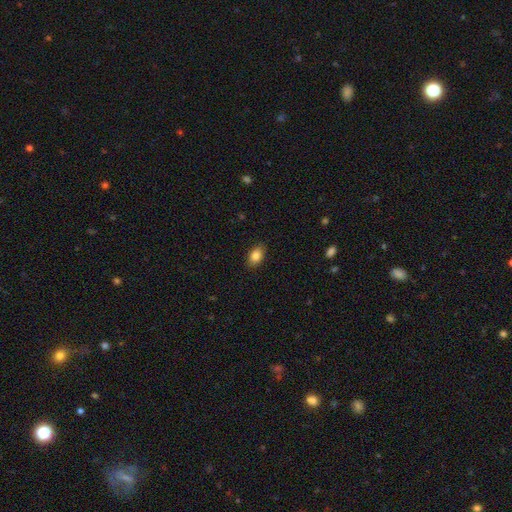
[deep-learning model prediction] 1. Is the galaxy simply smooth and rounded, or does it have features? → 85% smooth, 8% star or artifact, 7% featured or disk.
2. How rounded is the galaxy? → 86% in between, 12% round, 2% cigar-shaped.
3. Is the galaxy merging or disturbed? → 88% none, 9% minor disturbance, 2% major disturbance, 1% merger.